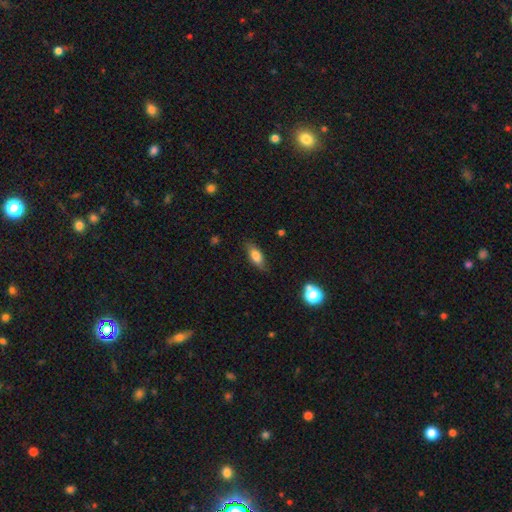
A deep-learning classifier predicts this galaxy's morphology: Smooth or featured? Predicted: smooth (p=0.77). How rounded? Predicted: in between (p=0.77). Merging? Predicted: none (p=0.79).